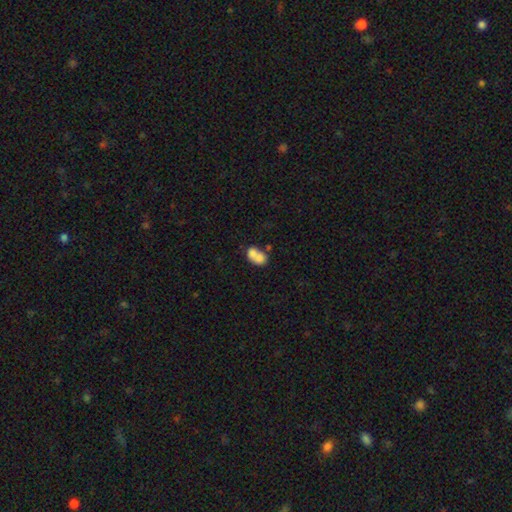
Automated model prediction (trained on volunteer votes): Q: Smooth or featured?
A: smooth (72%); runner-up: featured or disk (19%)
Q: How rounded?
A: in between (62%); runner-up: round (37%)
Q: Merging?
A: merger (66%); runner-up: none (21%)